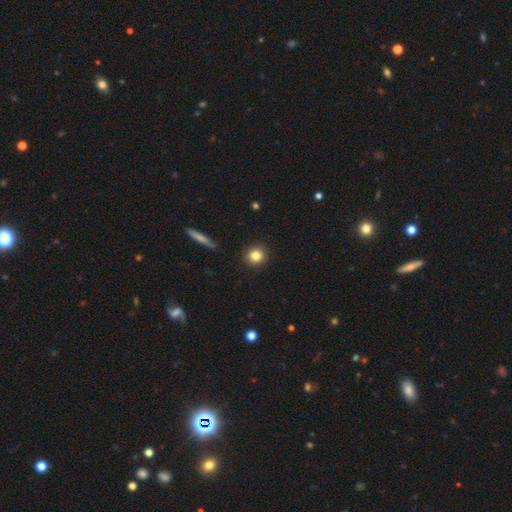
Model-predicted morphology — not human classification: Smooth or featured?
  - smooth: 83% *
  - star or artifact: 10%
  - featured or disk: 7%
How rounded?
  - round: 90% *
  - in between: 8%
  - cigar-shaped: 1%
Merging?
  - none: 91% *
  - minor disturbance: 6%
  - major disturbance: 2%
  - merger: 1%